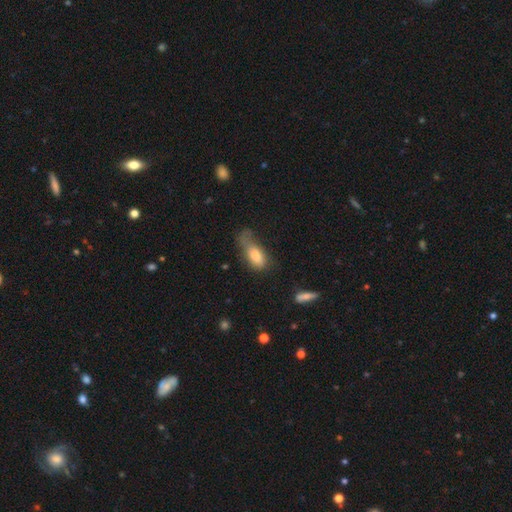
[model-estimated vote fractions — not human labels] A smooth galaxy with no disk features (76%) that is in between round and cigar-shaped (82%).

Vote fractions:
- Smooth or featured? smooth: 76% / featured or disk: 16% / star or artifact: 8%
- How rounded? in between: 82% / cigar-shaped: 15% / round: 4%
- Merging? major disturbance: 43% / minor disturbance: 28% / none: 23% / merger: 6%